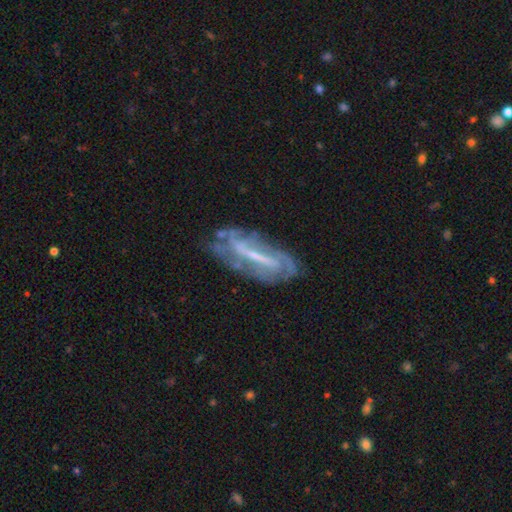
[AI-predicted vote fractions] This is likely a featured or disk galaxy (76%). It is likely not viewed edge-on (80%). Bar: possibly strong (60%). Spiral arm pattern: likely yes (75%). Central bulge: marginally small (39%). Merging: possibly none (60%).